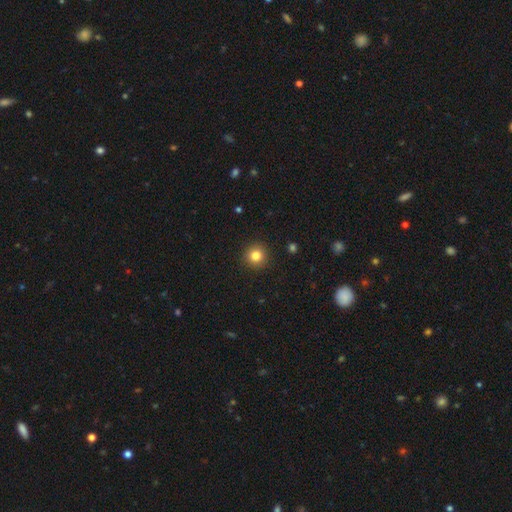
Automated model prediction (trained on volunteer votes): smooth-or-featured: smooth: 82% | star or artifact: 12% | featured or disk: 6%
  how-rounded: round: 93% | in between: 6% | cigar-shaped: 1%
  merging: none: 92% | minor disturbance: 5% | major disturbance: 2% | merger: 1%